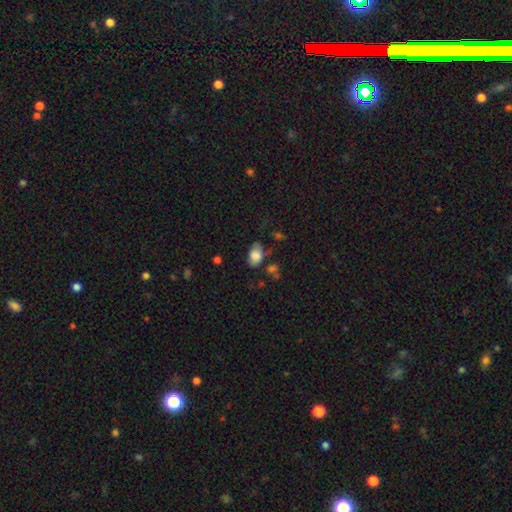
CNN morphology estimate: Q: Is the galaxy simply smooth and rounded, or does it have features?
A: smooth — 81%.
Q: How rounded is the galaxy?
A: in between — 87%.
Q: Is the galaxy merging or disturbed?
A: none — 51%.